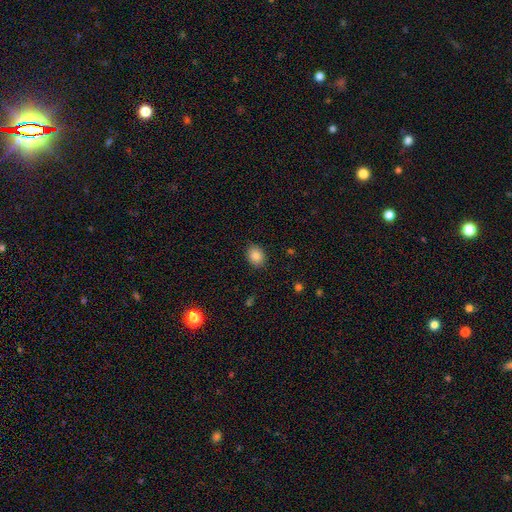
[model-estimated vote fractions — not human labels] smooth_or_featured: smooth (p=0.83) [alt: star or artifact p=0.10]
how_rounded: round (p=0.51) [alt: in between p=0.48]
merging: none (p=0.88) [alt: minor disturbance p=0.09]